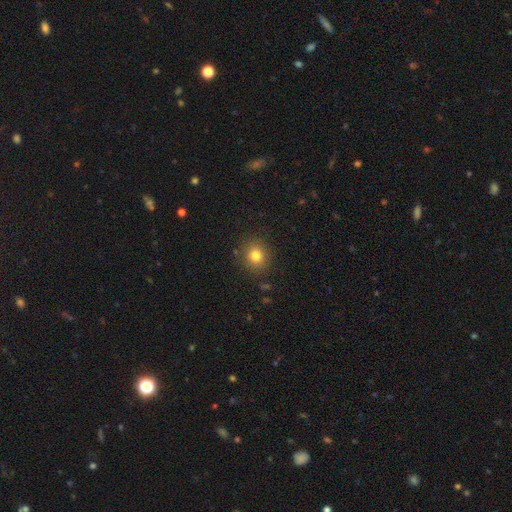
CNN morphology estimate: A smooth galaxy with no disk features (80%) that is round (84%).

Vote fractions:
- Smooth or featured? smooth: 80% / star or artifact: 13% / featured or disk: 7%
- How rounded? round: 84% / in between: 16% / cigar-shaped: 1%
- Merging? none: 88% / minor disturbance: 8% / major disturbance: 3% / merger: 2%